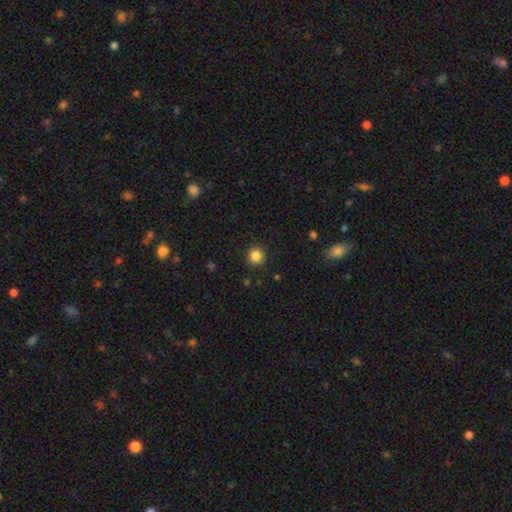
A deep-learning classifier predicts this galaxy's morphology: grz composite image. It shows a smooth galaxy with no disk features (85%) that is round (93%). Merging: none (91%).